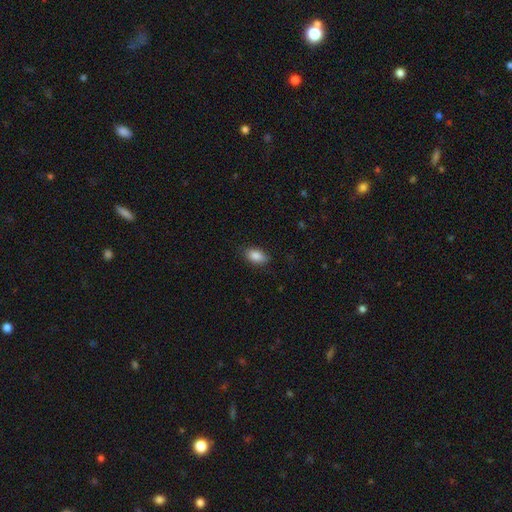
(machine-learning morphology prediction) Smooth or featured? Predicted: smooth (p=0.86). How rounded? Predicted: in between (p=0.90). Merging? Predicted: none (p=0.82).